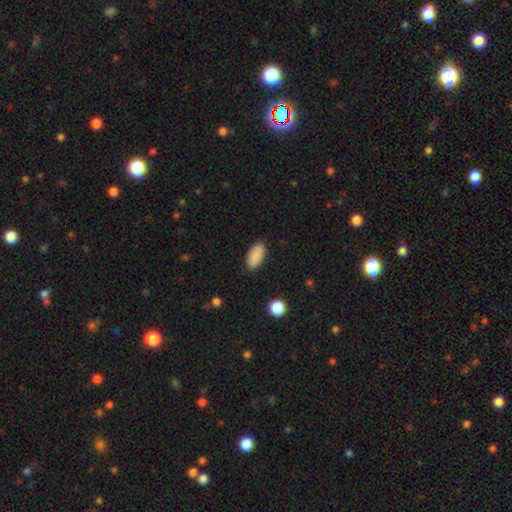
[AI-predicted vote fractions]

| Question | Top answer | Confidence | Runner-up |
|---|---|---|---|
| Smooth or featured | smooth | 90% | star or artifact (7%) |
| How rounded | in between | 93% | cigar-shaped (5%) |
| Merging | none | 88% | minor disturbance (8%) |